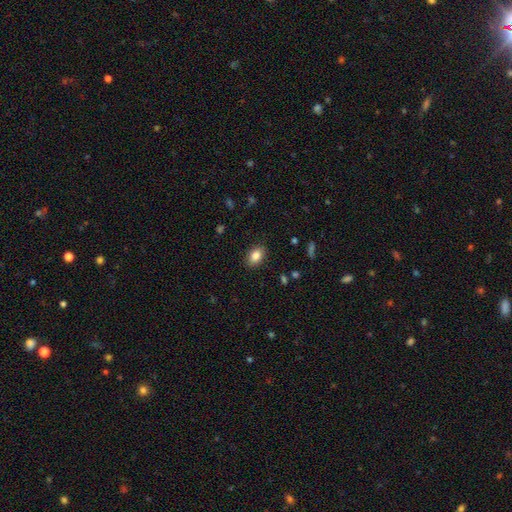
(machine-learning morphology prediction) smooth_or_featured: smooth (p=0.85) [alt: star or artifact p=0.09]
how_rounded: in between (p=0.82) [alt: round p=0.17]
merging: none (p=0.87) [alt: minor disturbance p=0.10]